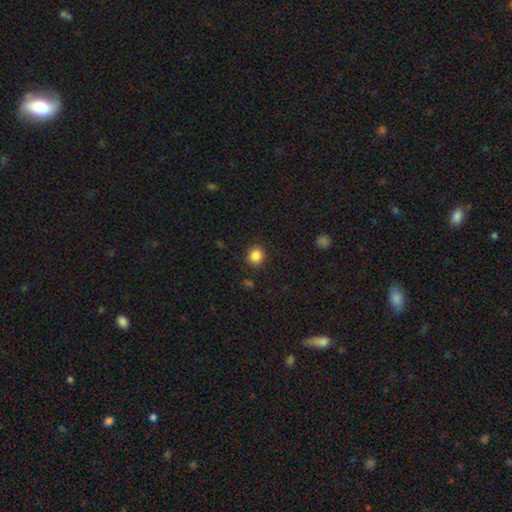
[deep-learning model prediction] A smooth galaxy with no disk features (86%) that is round (86%). Merging: none (90%).